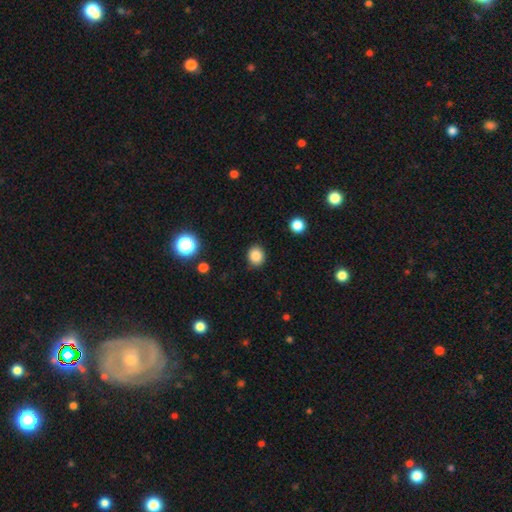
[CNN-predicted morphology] smooth-or-featured: smooth: 85% | star or artifact: 11% | featured or disk: 4%
  how-rounded: round: 71% | in between: 28% | cigar-shaped: 1%
  merging: none: 89% | minor disturbance: 8% | major disturbance: 2% | merger: 1%